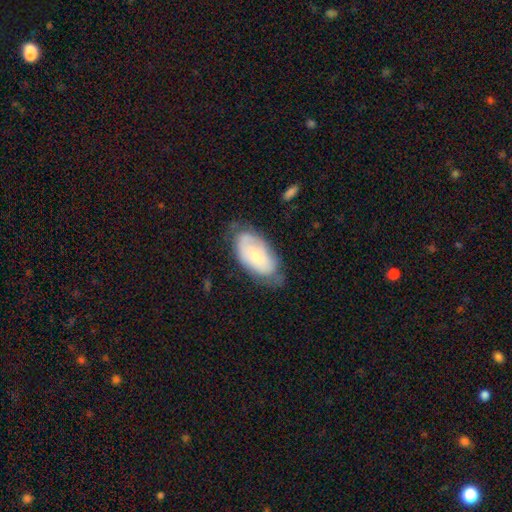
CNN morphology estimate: smooth_or_featured: smooth (p=0.52) [alt: featured or disk p=0.41]
how_rounded: in between (p=0.94) [alt: round p=0.03]
merging: none (p=0.57) [alt: minor disturbance p=0.31]